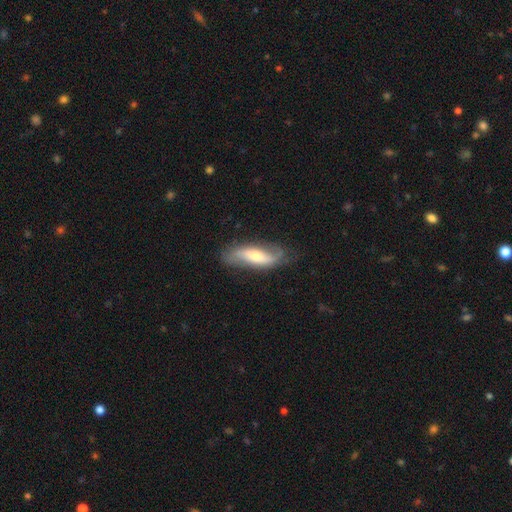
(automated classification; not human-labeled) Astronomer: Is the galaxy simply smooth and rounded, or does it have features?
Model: featured or disk — 62%.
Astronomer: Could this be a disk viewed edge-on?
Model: no — 78%.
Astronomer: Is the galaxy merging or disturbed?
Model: none — 69%.